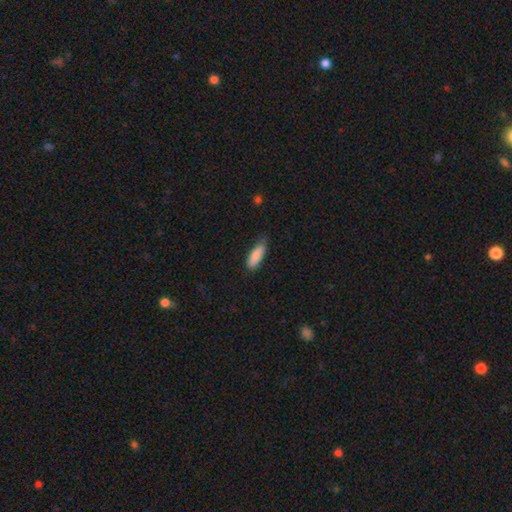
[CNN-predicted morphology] A smooth galaxy with no disk features (87%) that is in between round and cigar-shaped (63%). Merging: none (71%).